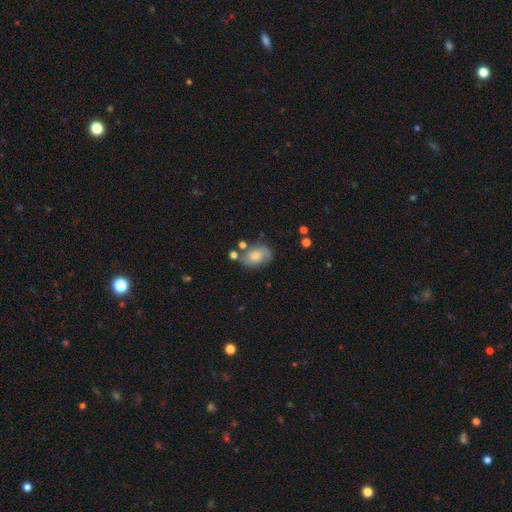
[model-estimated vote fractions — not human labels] smooth 59%, featured or disk 31%, star or artifact 9%. Down the decision tree: how rounded — in between (79%); merging — none (59%).